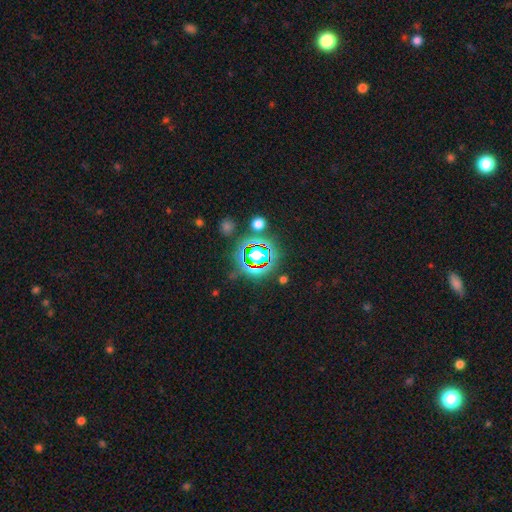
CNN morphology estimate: A star or artifact, not a galaxy (69%).